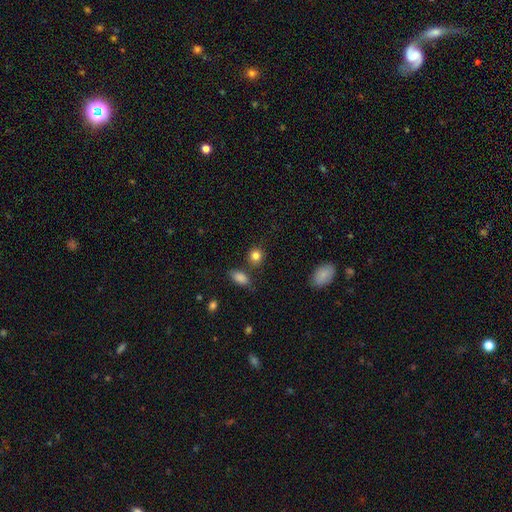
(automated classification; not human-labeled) smooth-or-featured: smooth: 85% | star or artifact: 10% | featured or disk: 5%
  how-rounded: round: 79% | in between: 19% | cigar-shaped: 1%
  merging: none: 76% | minor disturbance: 11% | merger: 9% | major disturbance: 4%